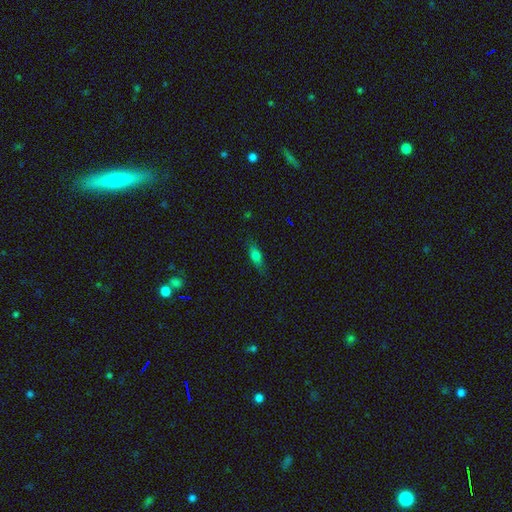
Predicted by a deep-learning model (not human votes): Overall: smooth (68%). How rounded: in between (59%; cigar-shaped 37%). Merging: none (82%).